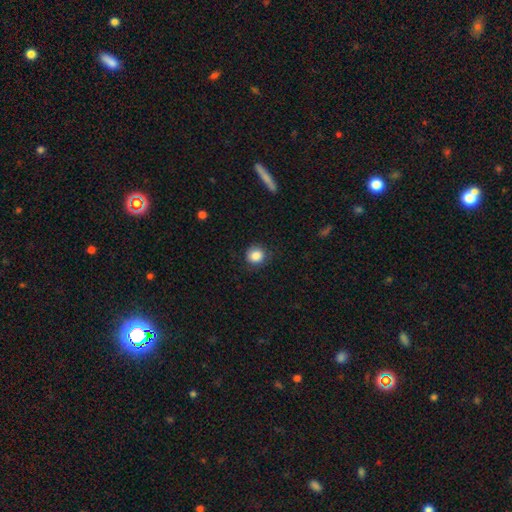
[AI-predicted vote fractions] This is clearly a smooth galaxy (86%). How rounded: clearly round (88%). Merging: clearly none (83%).